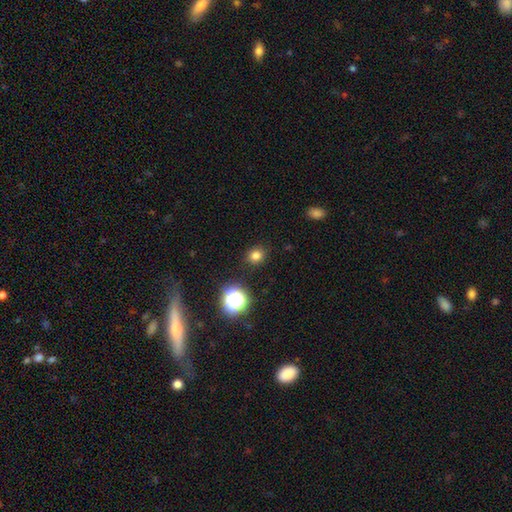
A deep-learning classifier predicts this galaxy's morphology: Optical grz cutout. It shows a smooth galaxy with no disk features (78%) that is round (77%). Merging: none (89%).